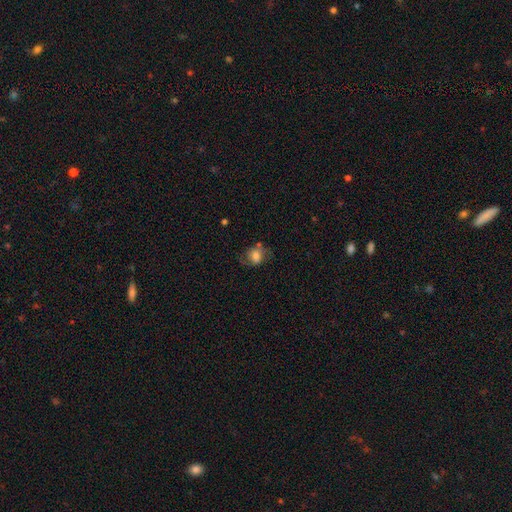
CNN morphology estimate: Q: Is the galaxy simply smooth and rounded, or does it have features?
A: smooth — 64%.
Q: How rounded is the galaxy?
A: round — 56%.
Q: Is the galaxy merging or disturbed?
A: none — 58%.